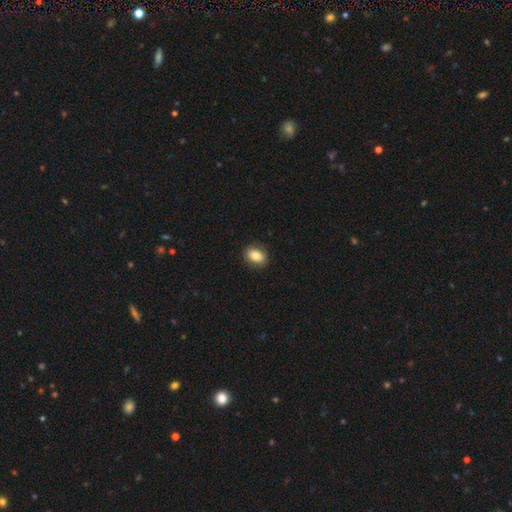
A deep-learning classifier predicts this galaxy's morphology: Smooth or featured: smooth — 82% (featured or disk — 10%)
How rounded: in between — 69% (round — 29%)
Merging: none — 86% (minor disturbance — 10%)